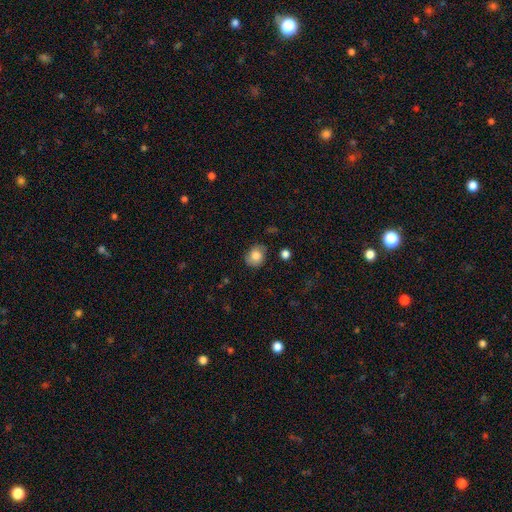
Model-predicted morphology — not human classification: smooth_or_featured: smooth (p=0.77) [alt: featured or disk p=0.14]
how_rounded: round (p=0.61) [alt: in between p=0.38]
merging: none (p=0.75) [alt: minor disturbance p=0.19]